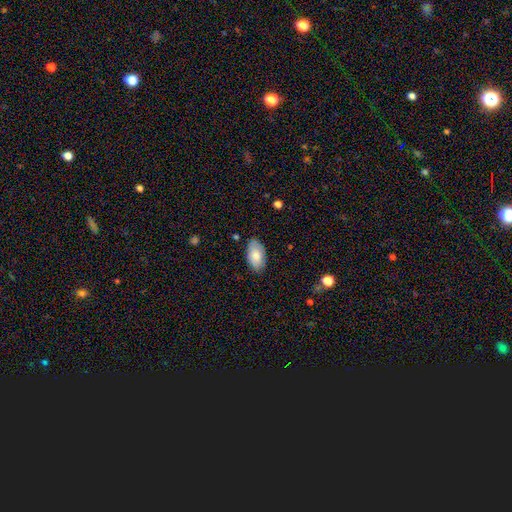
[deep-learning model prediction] Smooth or featured? Predicted: smooth (p=0.76). How rounded? Predicted: in between (p=0.95). Merging? Predicted: none (p=0.80).